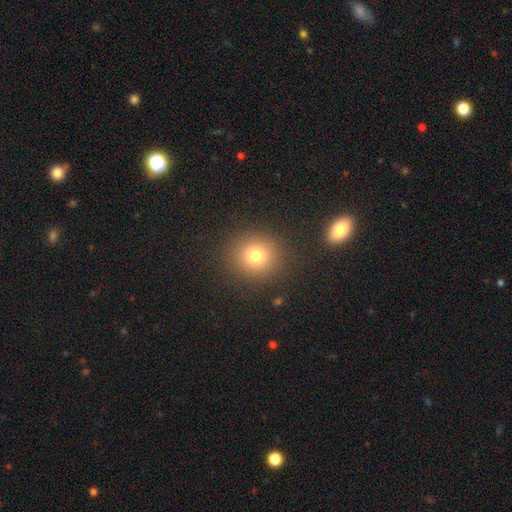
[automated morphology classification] type=smooth (78%); roundness=round (89%); merging=none (89%).